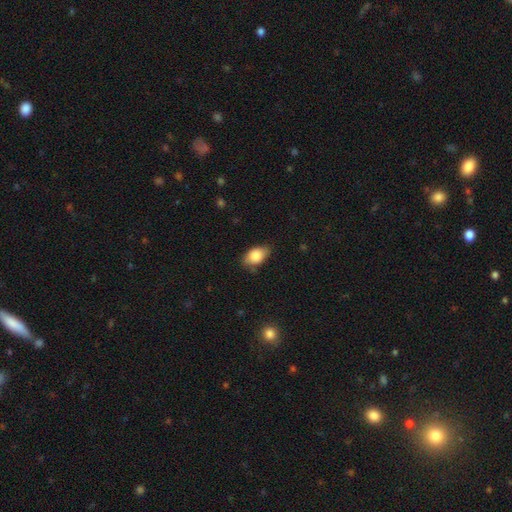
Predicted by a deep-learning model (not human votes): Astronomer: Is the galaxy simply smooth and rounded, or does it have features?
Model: smooth — 84%.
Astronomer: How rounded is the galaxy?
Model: in between — 89%.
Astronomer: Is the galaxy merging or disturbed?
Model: none — 73%.